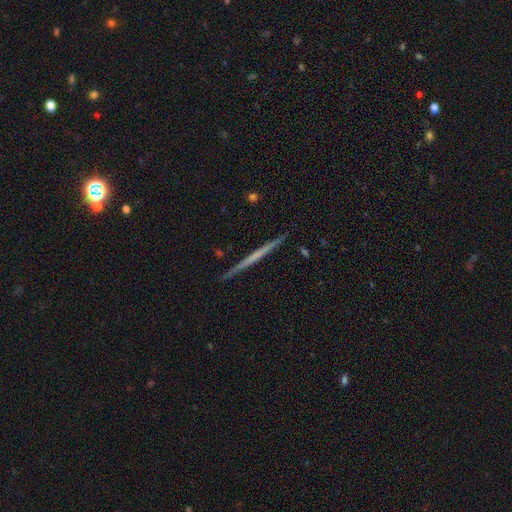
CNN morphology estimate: Smooth or featured: featured or disk — 60% (smooth — 35%)
Edge-on disk: yes — 98% (no — 2%)
Edge-on bulge: none — 89% (rounded — 7%)
Merging: none — 92% (minor disturbance — 5%)